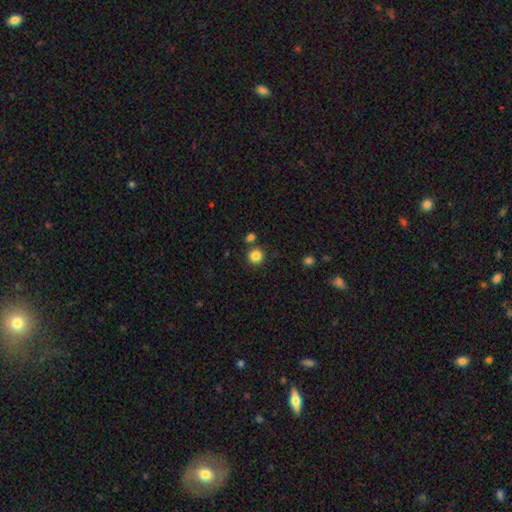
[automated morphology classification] Smooth or featured?
  - smooth: 84% *
  - star or artifact: 11%
  - featured or disk: 4%
How rounded?
  - round: 94% *
  - in between: 5%
  - cigar-shaped: 1%
Merging?
  - none: 83% *
  - merger: 8%
  - minor disturbance: 7%
  - major disturbance: 2%